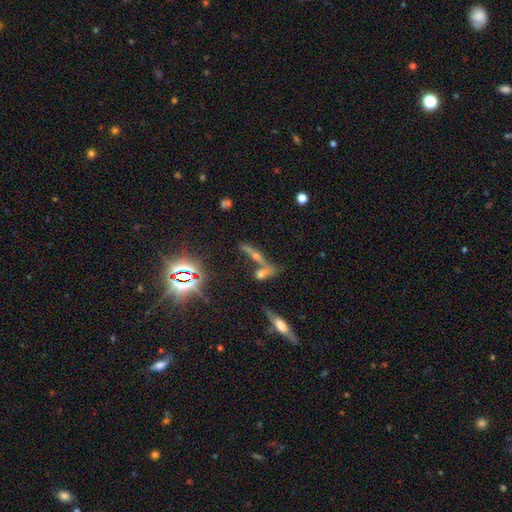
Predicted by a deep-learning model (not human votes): A star or artifact, not a galaxy (36%, tied with featured or disk).

Vote fractions:
- Smooth or featured? star or artifact: 36% (tied) / featured or disk: 36% (tied) / smooth: 28%